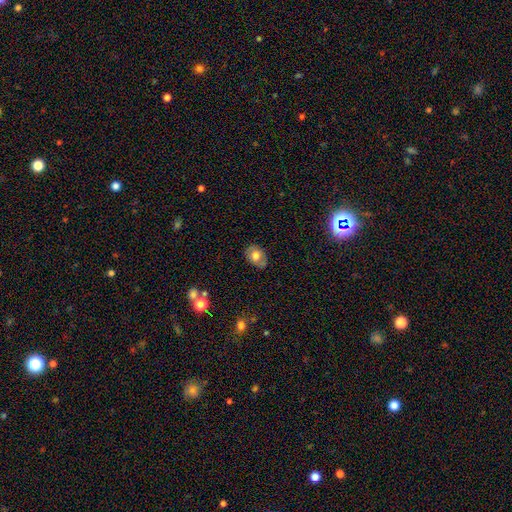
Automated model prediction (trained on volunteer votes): Smooth or featured?
  - smooth: 67% *
  - featured or disk: 25%
  - star or artifact: 9%
How rounded?
  - in between: 72% *
  - round: 27%
  - cigar-shaped: 1%
Merging?
  - none: 77% *
  - minor disturbance: 17%
  - major disturbance: 4%
  - merger: 2%